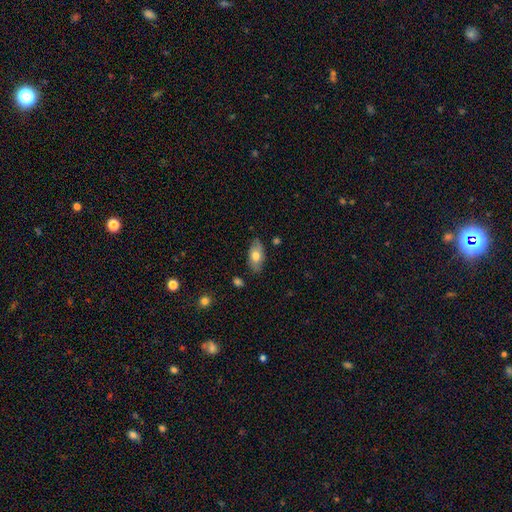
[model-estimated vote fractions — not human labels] A smooth galaxy with no disk features (70%) that is in between round and cigar-shaped (92%).

Vote fractions:
- Smooth or featured? smooth: 70% / featured or disk: 24% / star or artifact: 7%
- How rounded? in between: 92% / round: 4% / cigar-shaped: 4%
- Merging? none: 82% / minor disturbance: 14% / major disturbance: 2% / merger: 2%